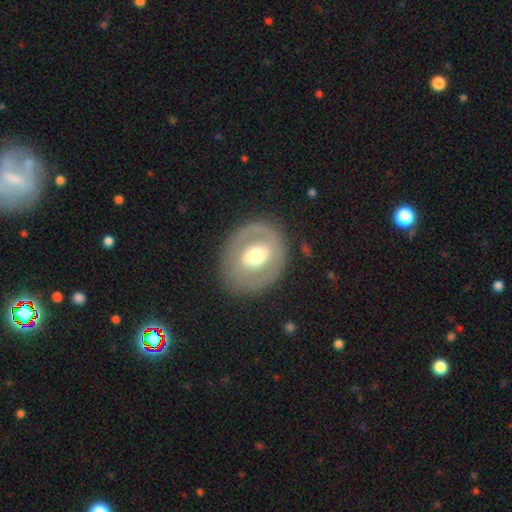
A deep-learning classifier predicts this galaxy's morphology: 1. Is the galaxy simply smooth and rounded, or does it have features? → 55% featured or disk, 38% smooth, 6% star or artifact.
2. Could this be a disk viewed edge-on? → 94% no, 6% yes.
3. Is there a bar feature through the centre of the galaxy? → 49% no, 31% weak, 20% strong.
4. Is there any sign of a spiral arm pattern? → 78% no, 22% yes.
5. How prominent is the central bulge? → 65% moderate, 21% large, 11% small, 2% dominant, 1% none.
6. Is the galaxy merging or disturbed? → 80% none, 12% minor disturbance, 7% major disturbance, 1% merger.